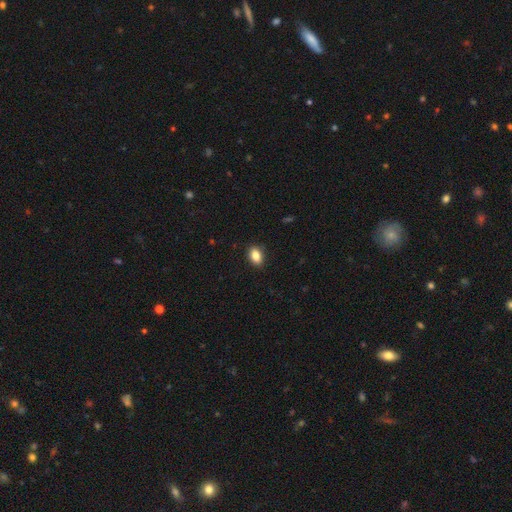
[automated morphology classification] type=smooth (86%); roundness=in between (85%); merging=none (88%).